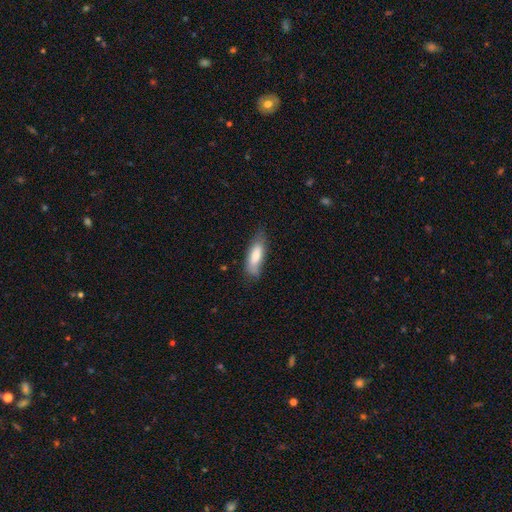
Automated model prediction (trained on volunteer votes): The model was most divided on "how rounded": in between: 62%, cigar-shaped: 36%, round: 2%. More confident: smooth or featured — smooth (75%); merging — none (62%).